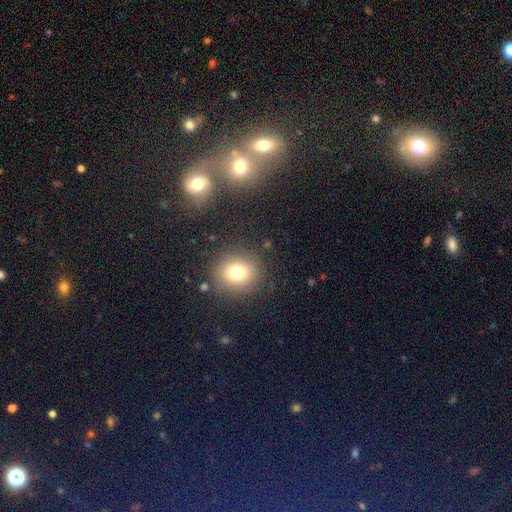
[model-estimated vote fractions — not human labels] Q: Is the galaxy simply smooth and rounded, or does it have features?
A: smooth — 70%.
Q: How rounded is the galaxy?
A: round — 79%.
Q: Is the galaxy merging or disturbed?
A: none — 81%.